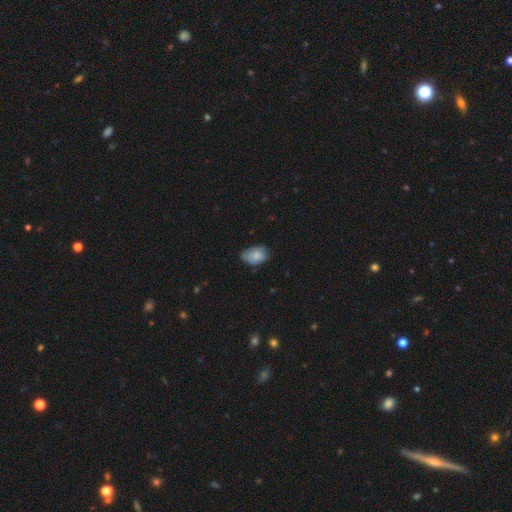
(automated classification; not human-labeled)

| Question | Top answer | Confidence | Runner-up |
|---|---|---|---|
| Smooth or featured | smooth | 81% | featured or disk (12%) |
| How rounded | in between | 85% | round (14%) |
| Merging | none | 66% | minor disturbance (28%) |